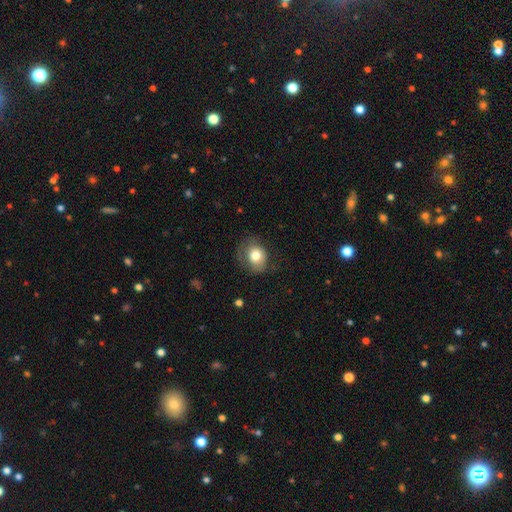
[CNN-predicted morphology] Smooth or featured? smooth (75%)
How rounded? round (62%)
Merging? none (60%)